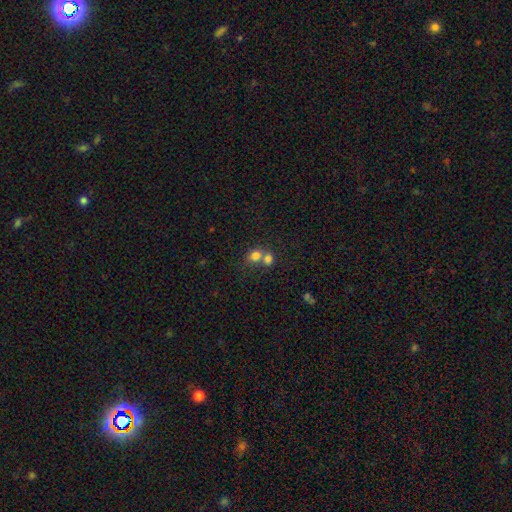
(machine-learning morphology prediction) This is likely a smooth galaxy (78%). How rounded: likely round (60%). Merging: possibly merger (60%).